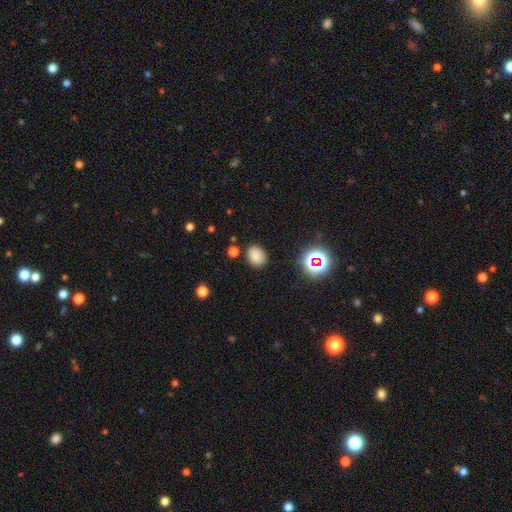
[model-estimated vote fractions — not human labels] A smooth galaxy with no disk features (78%) that is in between round and cigar-shaped (50%). Merging: none (84%).